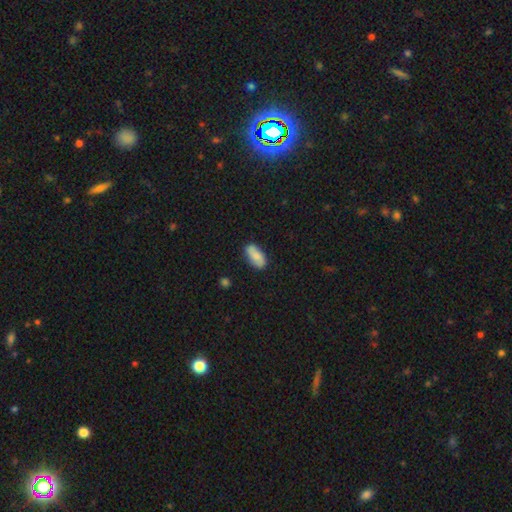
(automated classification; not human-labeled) Smooth or featured: smooth — 71% (featured or disk — 22%)
How rounded: in between — 90% (cigar-shaped — 7%)
Merging: none — 80% (minor disturbance — 15%)